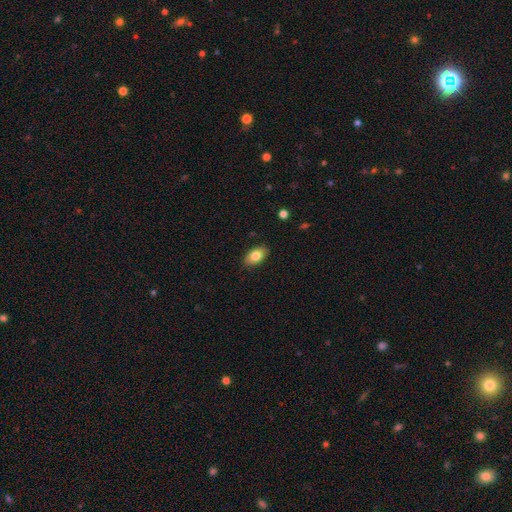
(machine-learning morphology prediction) smooth_or_featured: smooth (p=0.82) [alt: featured or disk p=0.10]
how_rounded: in between (p=0.91) [alt: round p=0.07]
merging: none (p=0.87) [alt: minor disturbance p=0.10]